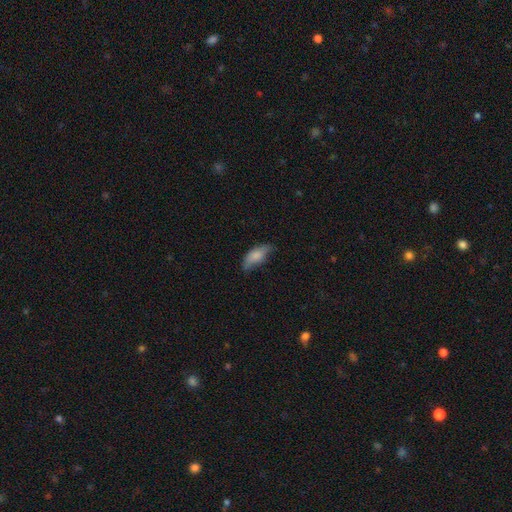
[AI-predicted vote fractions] Smooth or featured? smooth (77%)
How rounded? in between (80%)
Merging? none (54%)